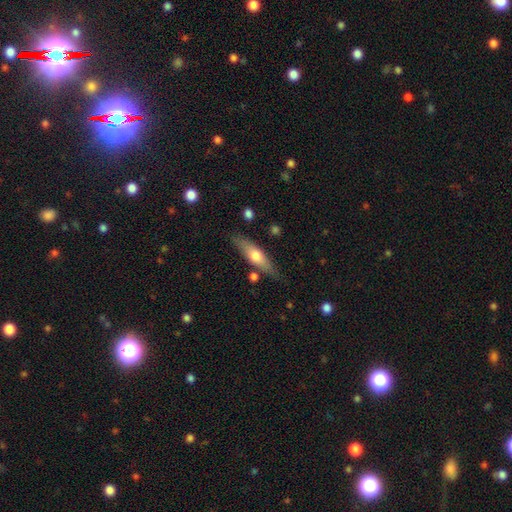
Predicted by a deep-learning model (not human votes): Overall: smooth (52%; featured or disk 42%). How rounded: cigar-shaped (63%; in between 34%). Merging: none (78%).